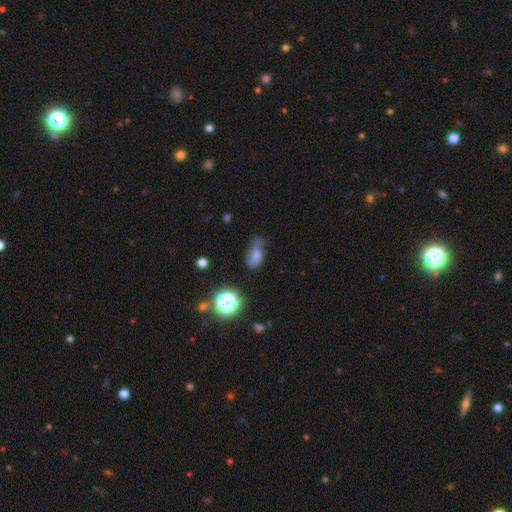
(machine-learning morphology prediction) smooth 63%, featured or disk 21%, star or artifact 16%. Down the decision tree: how rounded — in between (79%); merging — minor disturbance (35%).